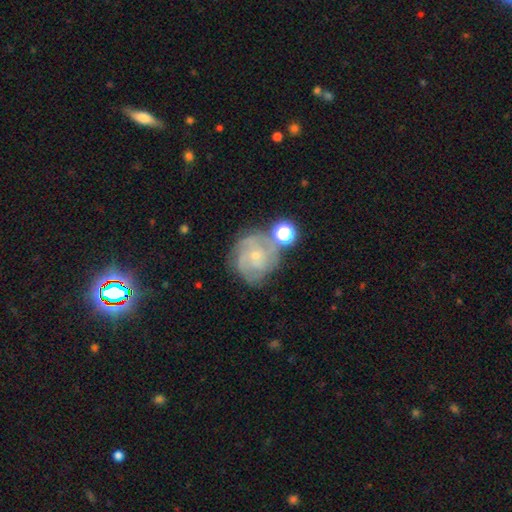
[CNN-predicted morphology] A featured or disk galaxy (73%) with no bar (75%), tight (62%) spiral arms (90%) and a small central bulge (75%).

Vote fractions:
- Smooth or featured? featured or disk: 73% / smooth: 17% / star or artifact: 10%
- Edge-on disk? no: 98% / yes: 2%
- Bar? no: 75% / weak: 22% / strong: 4%
- Spiral arms? yes: 90% / no: 10%
- Spiral winding? tight: 62% / medium: 30% / loose: 8%
- Spiral arm count? can't tell: 35% / 3: 27% / 2: 14% / 4: 13% / more than 4: 6% / 1: 5%
- Bulge size? small: 75% / moderate: 19% / none: 4% / large: 1% / dominant: 1%
- Merging? none: 60% / minor disturbance: 20% / merger: 11% / major disturbance: 9%